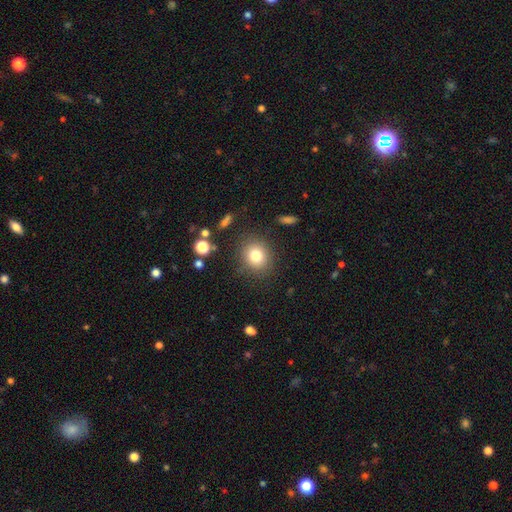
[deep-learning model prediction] Morphology: type=smooth (80%); roundness=round (76%); merging=none (86%).